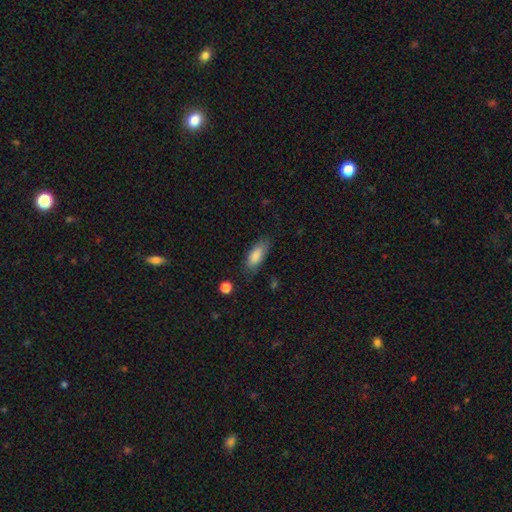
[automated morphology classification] This is clearly a smooth galaxy (86%). How rounded: likely in between (78%). Merging: likely none (76%).